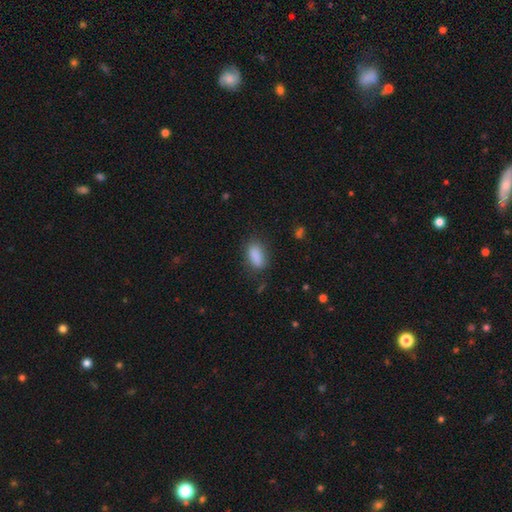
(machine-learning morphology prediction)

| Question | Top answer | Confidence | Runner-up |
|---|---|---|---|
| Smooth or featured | smooth | 87% | star or artifact (8%) |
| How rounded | in between | 87% | cigar-shaped (8%) |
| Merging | none | 77% | minor disturbance (16%) |